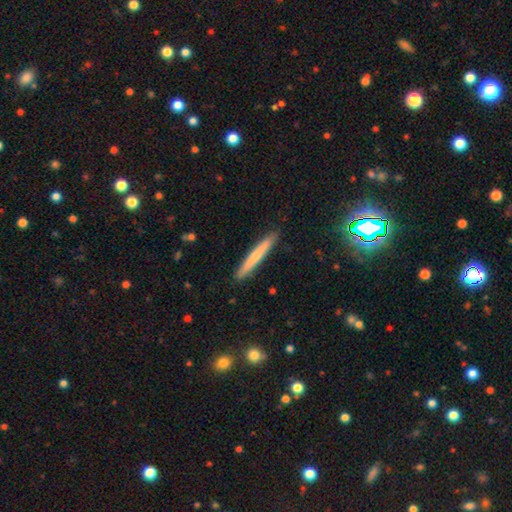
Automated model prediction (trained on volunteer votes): Smooth or featured: smooth — 61% (featured or disk — 33%)
How rounded: cigar-shaped — 96% (in between — 3%)
Merging: none — 91% (minor disturbance — 7%)